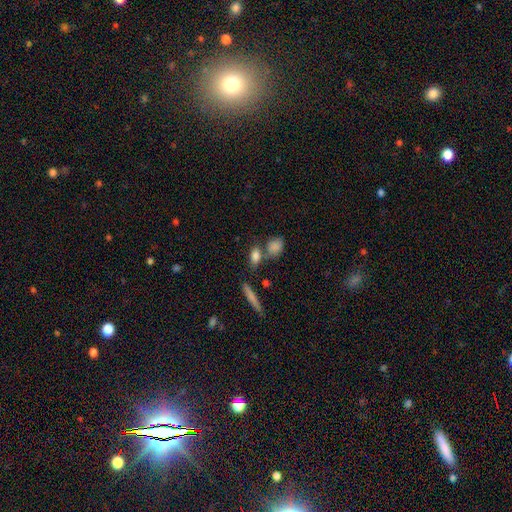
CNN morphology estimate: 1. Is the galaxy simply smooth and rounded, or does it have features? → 81% smooth, 10% featured or disk, 9% star or artifact.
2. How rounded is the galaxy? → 72% in between, 15% round, 12% cigar-shaped.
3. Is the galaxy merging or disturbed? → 54% none, 28% merger, 12% minor disturbance, 5% major disturbance.